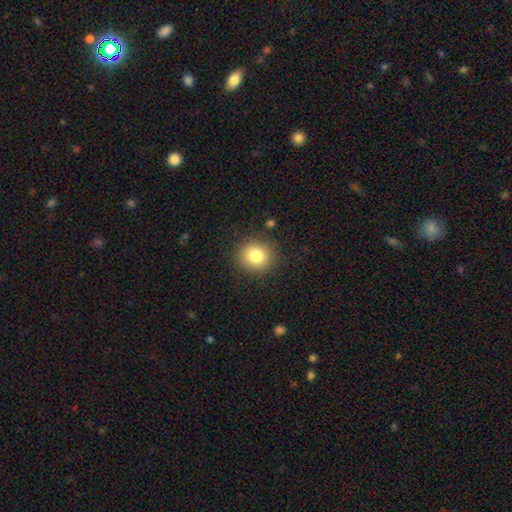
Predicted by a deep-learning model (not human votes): Q: Smooth or featured?
A: smooth (82%); runner-up: star or artifact (11%)
Q: How rounded?
A: round (88%); runner-up: in between (11%)
Q: Merging?
A: none (89%); runner-up: minor disturbance (7%)